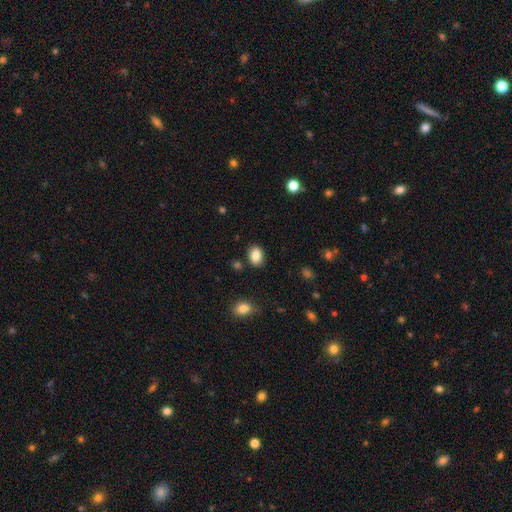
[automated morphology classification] A smooth galaxy with no disk features (84%) that is in between round and cigar-shaped (71%). Merging: none (86%).